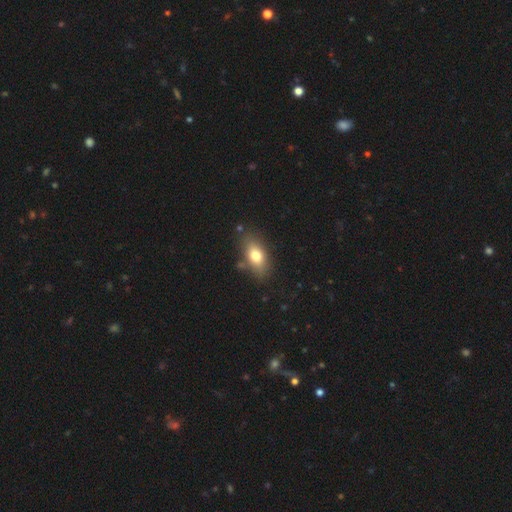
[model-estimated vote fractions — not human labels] Overall: smooth (75%). How rounded: in between (85%). Merging: none (78%).